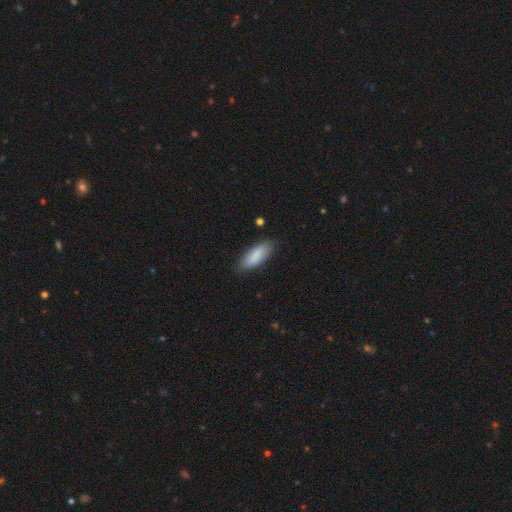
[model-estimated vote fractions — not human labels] This appears to be a smooth galaxy with no disk features (86%) that is in between round and cigar-shaped (70%). Merging: none (81%).